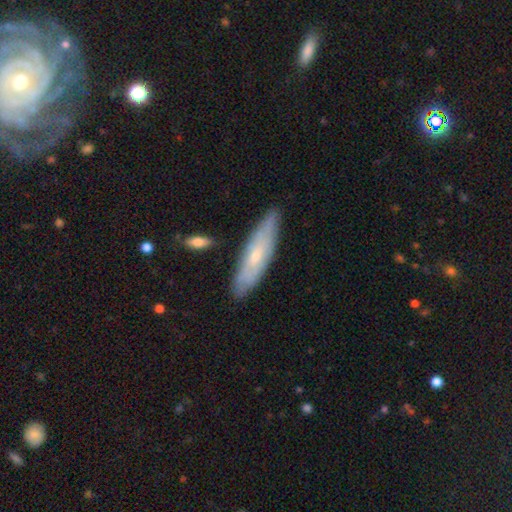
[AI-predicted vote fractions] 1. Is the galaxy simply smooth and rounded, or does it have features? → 50% smooth, 44% featured or disk, 6% star or artifact.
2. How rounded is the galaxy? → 67% cigar-shaped, 32% in between, 2% round.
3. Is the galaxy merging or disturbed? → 80% none, 15% minor disturbance, 2% major disturbance, 2% merger.